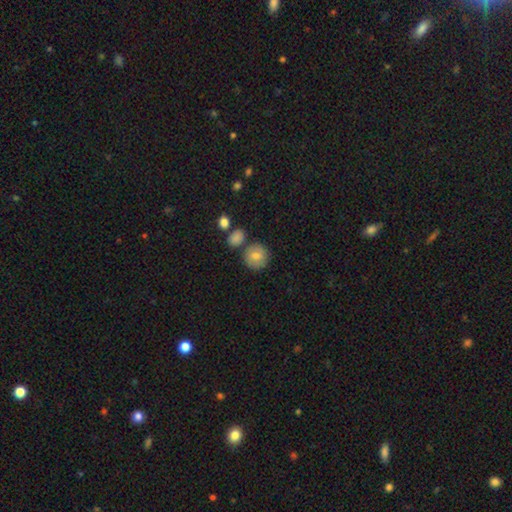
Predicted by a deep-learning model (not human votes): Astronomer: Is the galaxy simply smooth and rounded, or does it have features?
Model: smooth — 77%.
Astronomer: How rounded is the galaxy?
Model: round — 91%.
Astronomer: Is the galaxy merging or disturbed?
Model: none — 77%.